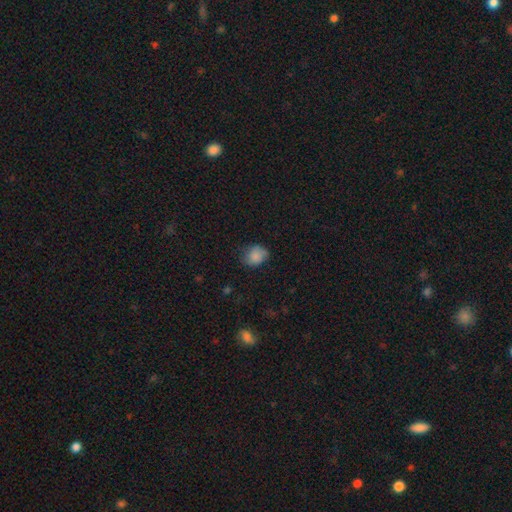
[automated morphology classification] smooth 81%, featured or disk 10%, star or artifact 9%. Down the decision tree: how rounded — in between (52%); merging — none (63%).